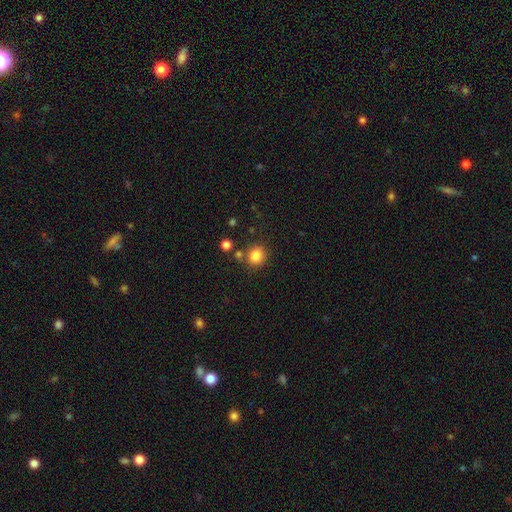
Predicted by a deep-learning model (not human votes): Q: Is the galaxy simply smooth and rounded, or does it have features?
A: smooth — 84%.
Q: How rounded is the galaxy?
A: round — 74%.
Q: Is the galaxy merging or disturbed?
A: none — 74%.